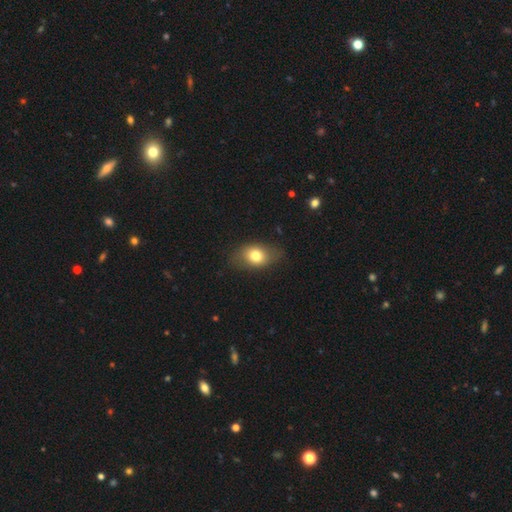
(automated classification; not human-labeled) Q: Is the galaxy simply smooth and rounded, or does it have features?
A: smooth — 76%.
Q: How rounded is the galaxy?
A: in between — 76%.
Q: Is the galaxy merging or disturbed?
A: none — 77%.